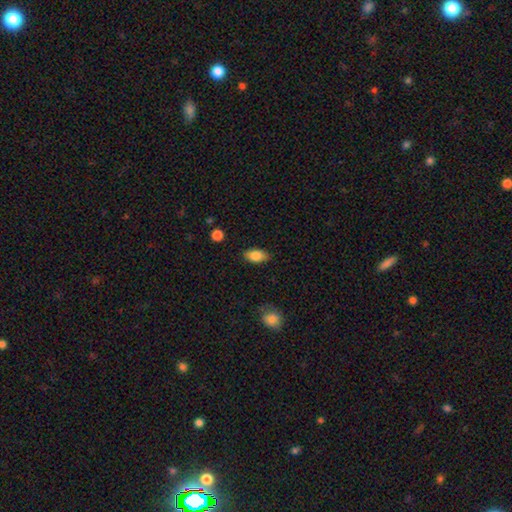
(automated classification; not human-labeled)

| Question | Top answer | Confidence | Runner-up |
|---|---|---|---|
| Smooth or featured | smooth | 84% | featured or disk (8%) |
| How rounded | in between | 91% | round (6%) |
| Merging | none | 82% | minor disturbance (13%) |